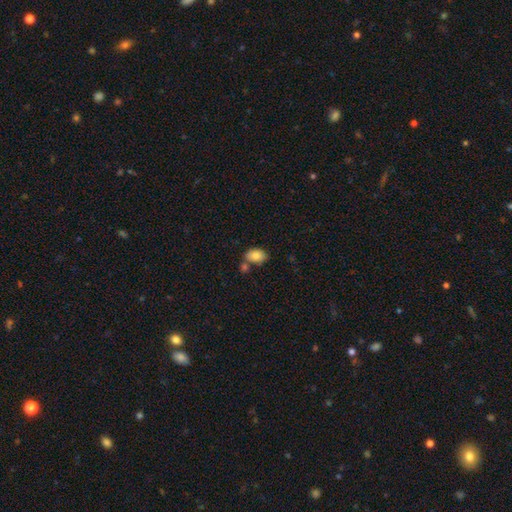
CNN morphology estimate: Smooth or featured? smooth (83%)
How rounded? in between (83%)
Merging? none (61%)